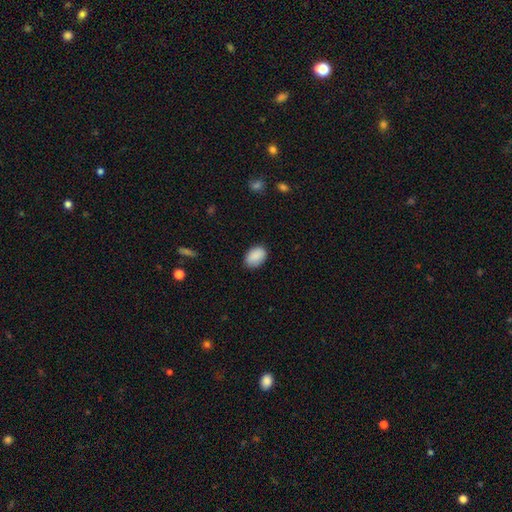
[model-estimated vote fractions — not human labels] This is clearly a smooth galaxy (90%). How rounded: clearly in between (86%). Merging: clearly none (83%).